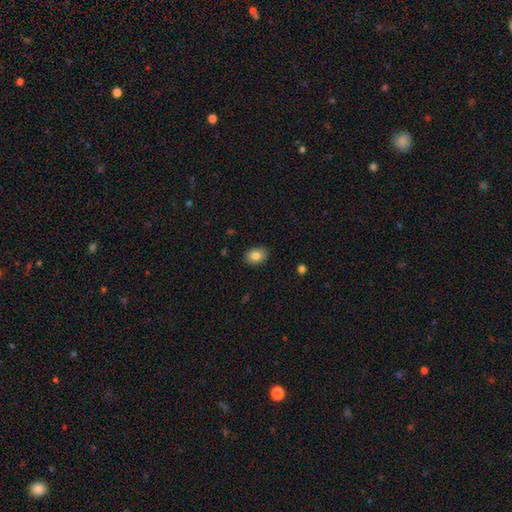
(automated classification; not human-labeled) smooth 83%, featured or disk 9%, star or artifact 8%. Down the decision tree: how rounded — in between (76%); merging — none (88%).